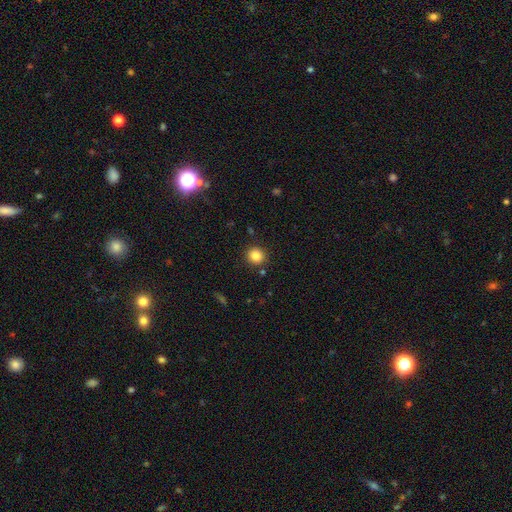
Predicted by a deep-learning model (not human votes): Overall: smooth (85%). How rounded: round (90%). Merging: none (88%).